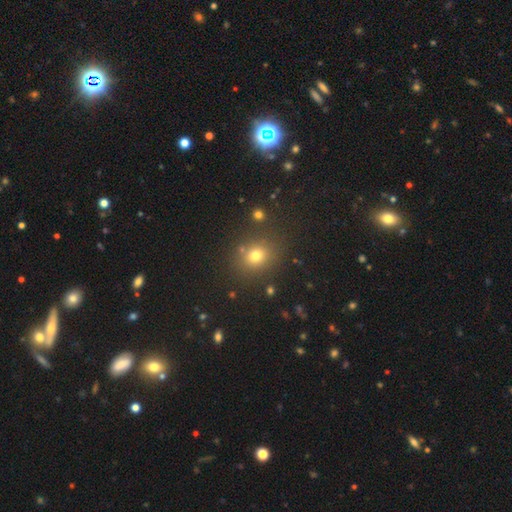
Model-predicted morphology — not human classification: A smooth galaxy with no disk features (72%) that is round (71%). Merging: none (81%).